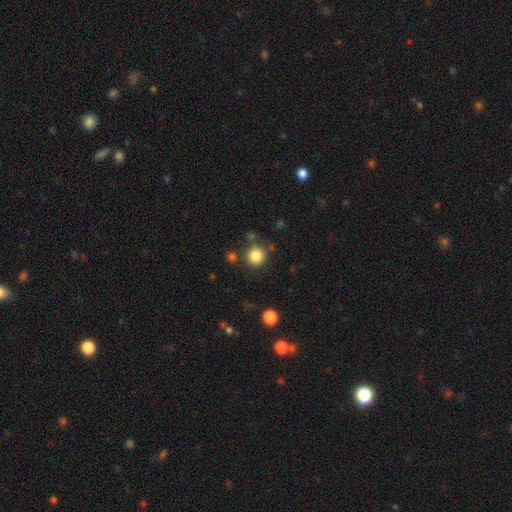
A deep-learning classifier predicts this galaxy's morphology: The model was most divided on "merging": none: 81%, minor disturbance: 9%, merger: 6%, major disturbance: 4%. More confident: how rounded — round (90%); smooth or featured — smooth (84%).